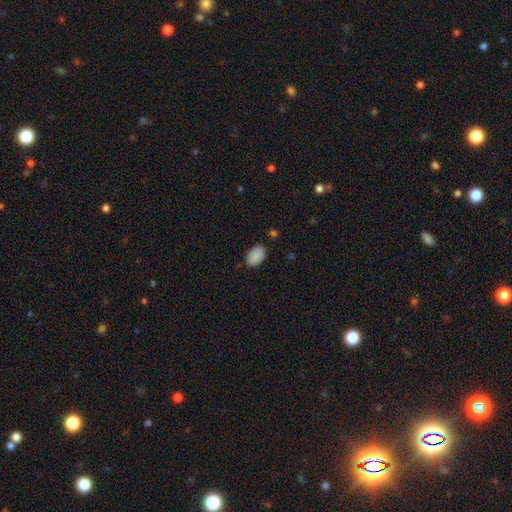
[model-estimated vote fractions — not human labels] This appears to be a smooth galaxy with no disk features (90%) that is in between round and cigar-shaped (88%). Merging: none (85%).